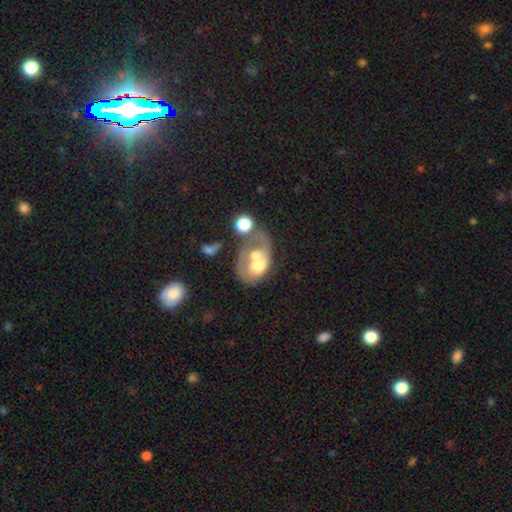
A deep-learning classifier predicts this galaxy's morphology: type=featured or disk (52%); edge-on=no (97%); bar=no (86%); spiral arms=no (71%); bulge=moderate (53%); merging=merger (61%).